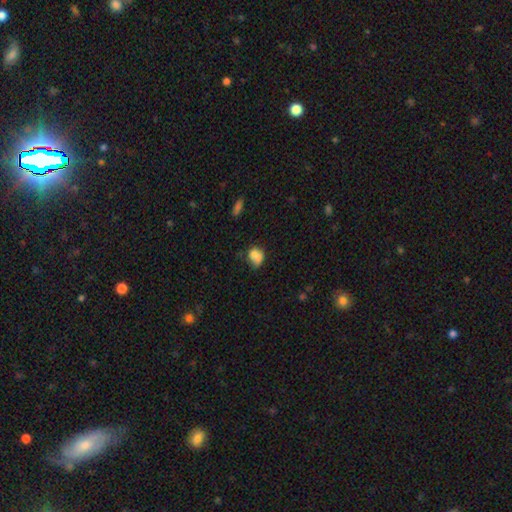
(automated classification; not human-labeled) Overall: smooth (78%). How rounded: in between (56%; round 43%). Merging: none (40%; minor disturbance 32%).